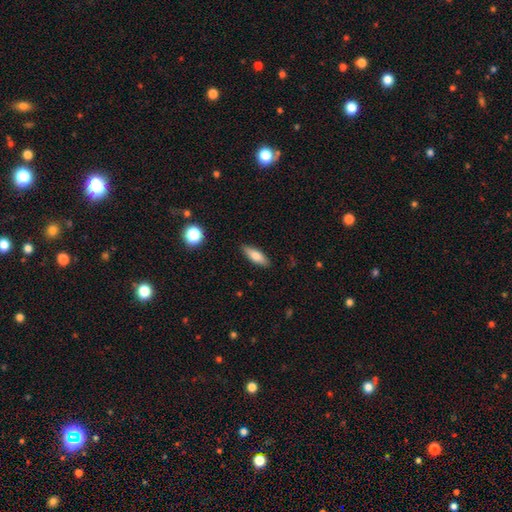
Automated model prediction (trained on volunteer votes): Overall: smooth (75%). How rounded: in between (61%; cigar-shaped 37%). Merging: none (86%).